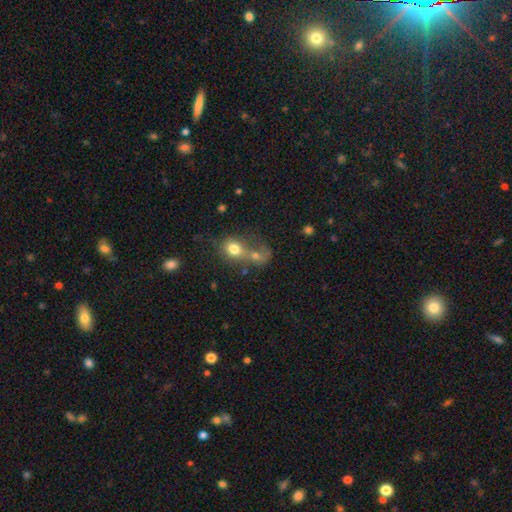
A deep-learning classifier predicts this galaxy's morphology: type=smooth (68%); roundness=round (51%); merging=merger (63%).